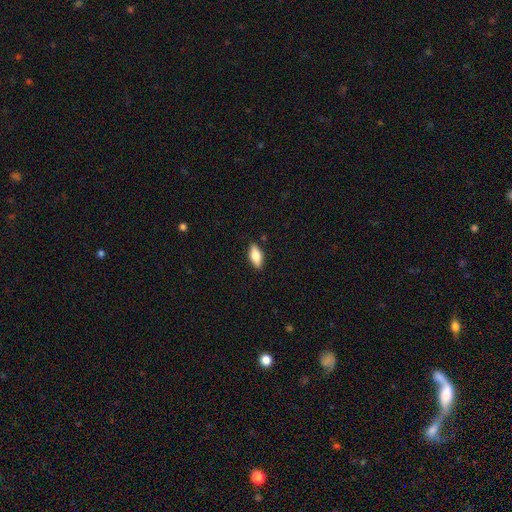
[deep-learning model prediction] Morphology: type=smooth (78%); roundness=in between (85%); merging=none (87%).